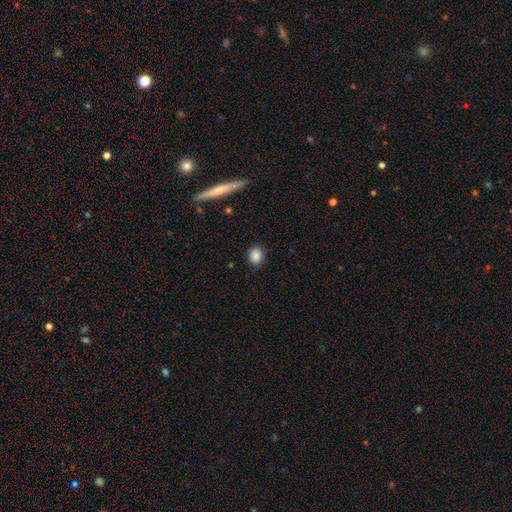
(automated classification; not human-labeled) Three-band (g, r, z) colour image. It shows a smooth galaxy with no disk features (87%) that is round (58%). Merging: none (85%).